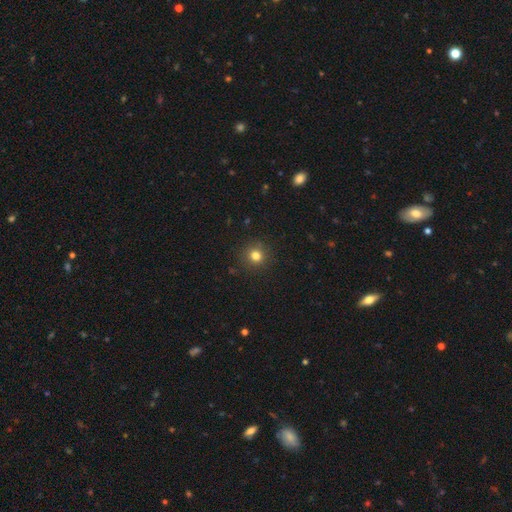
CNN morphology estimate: smooth_or_featured: smooth (p=0.80) [alt: star or artifact p=0.14]
how_rounded: round (p=0.91) [alt: in between p=0.08]
merging: none (p=0.89) [alt: minor disturbance p=0.07]